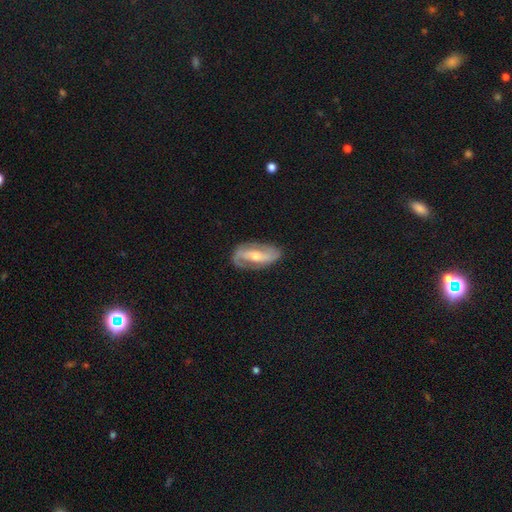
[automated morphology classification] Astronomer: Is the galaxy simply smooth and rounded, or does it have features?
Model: featured or disk — 79%.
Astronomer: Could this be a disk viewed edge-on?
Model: no — 91%.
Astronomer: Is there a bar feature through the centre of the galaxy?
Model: strong — 49% (runner-up: weak, 30%).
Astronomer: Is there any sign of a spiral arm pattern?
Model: yes — 87%.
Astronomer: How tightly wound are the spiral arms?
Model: medium — 39% (runner-up: tight, 30%).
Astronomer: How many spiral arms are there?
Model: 2 — 83%.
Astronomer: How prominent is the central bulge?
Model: moderate — 58% (runner-up: small, 37%).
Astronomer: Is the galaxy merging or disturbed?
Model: none — 76%.